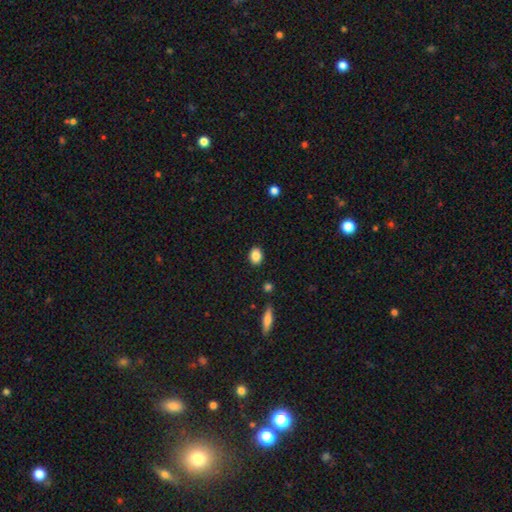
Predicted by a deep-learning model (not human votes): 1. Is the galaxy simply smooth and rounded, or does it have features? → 86% smooth, 9% star or artifact, 5% featured or disk.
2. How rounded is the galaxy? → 58% in between, 41% round, 1% cigar-shaped.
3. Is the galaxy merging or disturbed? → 89% none, 8% minor disturbance, 2% major disturbance, 2% merger.